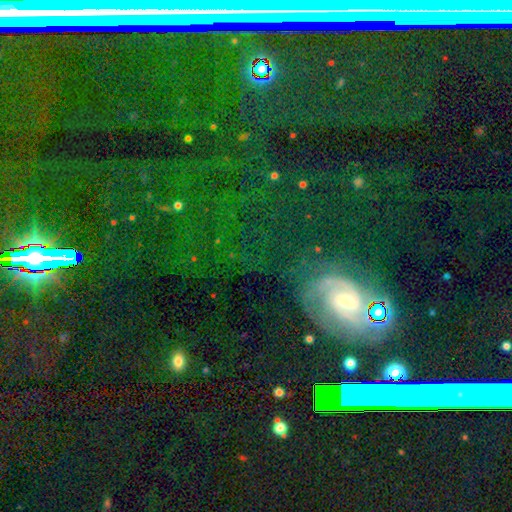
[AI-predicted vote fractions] smooth-or-featured: star or artifact: 50% | featured or disk: 30% | smooth: 20%